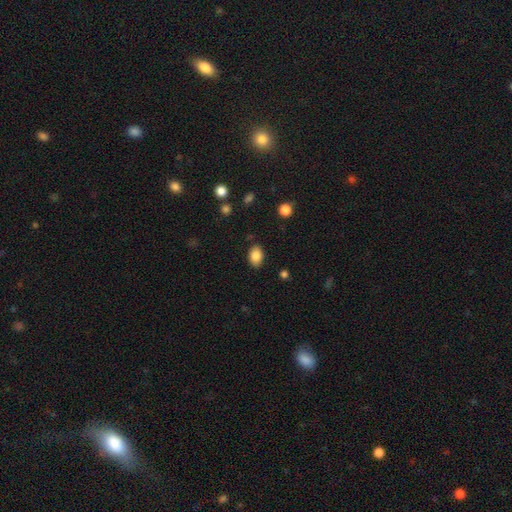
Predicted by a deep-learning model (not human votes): Q: Smooth or featured?
A: smooth (86%); runner-up: star or artifact (8%)
Q: How rounded?
A: in between (82%); runner-up: round (16%)
Q: Merging?
A: none (84%); runner-up: minor disturbance (11%)